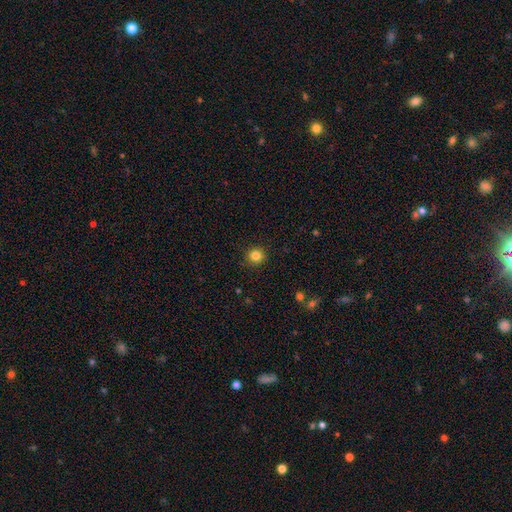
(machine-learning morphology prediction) A smooth galaxy with no disk features (83%) that is round (93%). Merging: none (91%).